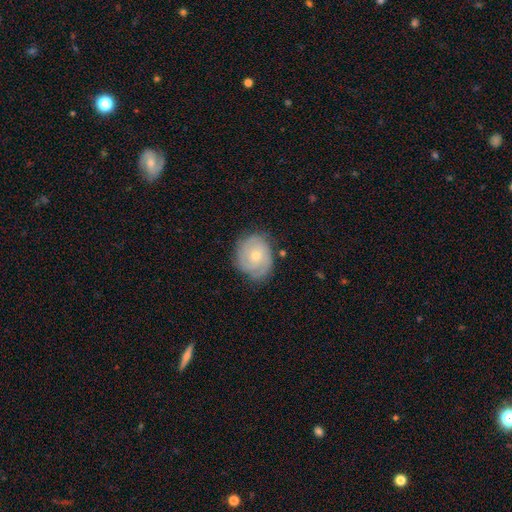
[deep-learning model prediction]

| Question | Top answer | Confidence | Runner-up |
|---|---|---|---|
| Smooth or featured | featured or disk | 69% | smooth (24%) |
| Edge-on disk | no | 98% | yes (2%) |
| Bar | no | 75% | weak (22%) |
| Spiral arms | yes | 90% | no (10%) |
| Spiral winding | tight | 65% | medium (27%) |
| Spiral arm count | can't tell | 30% | 2 (29%) |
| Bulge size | small | 63% | moderate (34%) |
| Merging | none | 74% | minor disturbance (19%) |